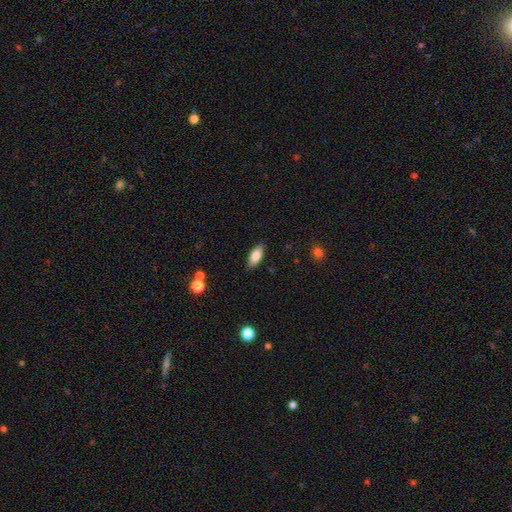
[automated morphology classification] type=smooth (82%); roundness=in between (84%); merging=none (87%).